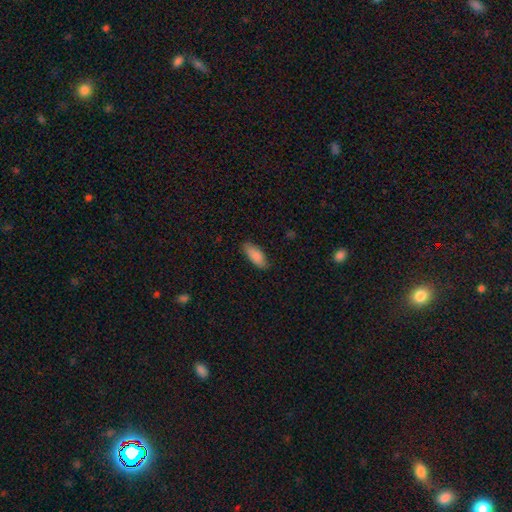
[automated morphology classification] A smooth galaxy with no disk features (87%) that is in between round and cigar-shaped (77%).

Vote fractions:
- Smooth or featured? smooth: 87% / featured or disk: 7% / star or artifact: 6%
- How rounded? in between: 77% / cigar-shaped: 21% / round: 2%
- Merging? none: 81% / minor disturbance: 15% / major disturbance: 3% / merger: 1%